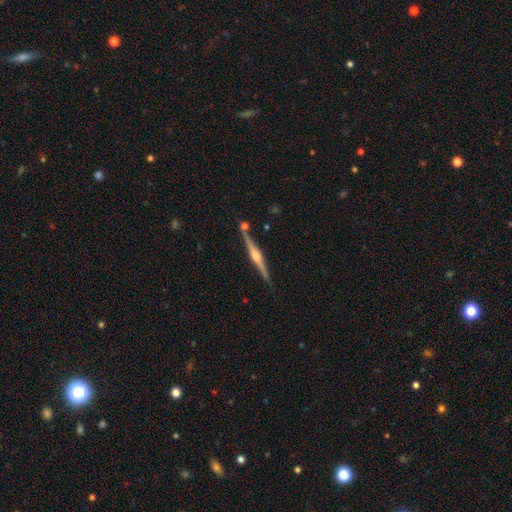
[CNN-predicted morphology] Overall: featured or disk (84%). Edge-on disk: yes (98%). Edge-on bulge: rounded (88%). Merging: none (86%).